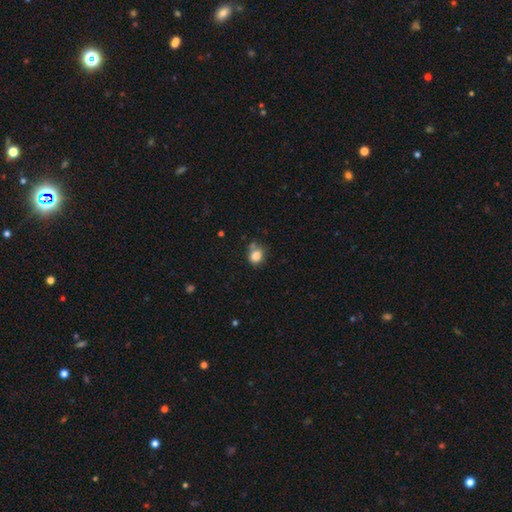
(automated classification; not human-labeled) smooth 83%, star or artifact 11%, featured or disk 7%. Down the decision tree: how rounded — round (64%); merging — none (61%).